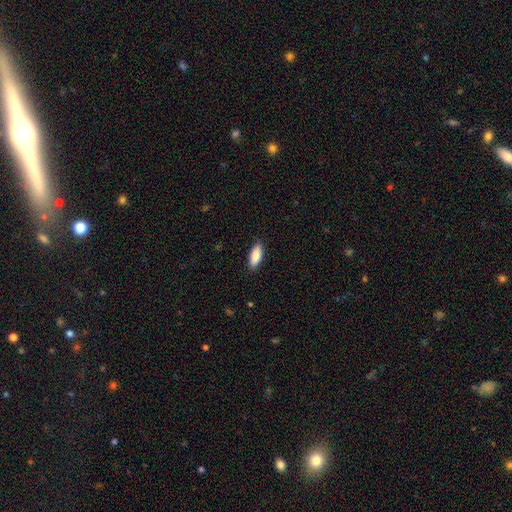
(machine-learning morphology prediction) Smooth or featured: smooth — 85% (featured or disk — 9%)
How rounded: in between — 76% (cigar-shaped — 22%)
Merging: none — 86% (minor disturbance — 11%)